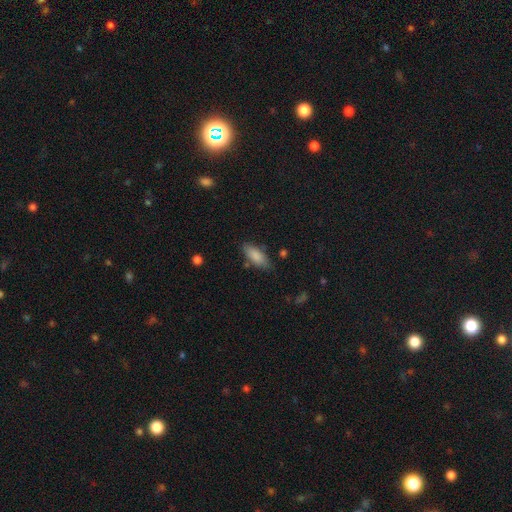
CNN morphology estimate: Q: Smooth or featured?
A: smooth (85%); runner-up: featured or disk (9%)
Q: How rounded?
A: in between (78%); runner-up: cigar-shaped (20%)
Q: Merging?
A: none (76%); runner-up: minor disturbance (17%)